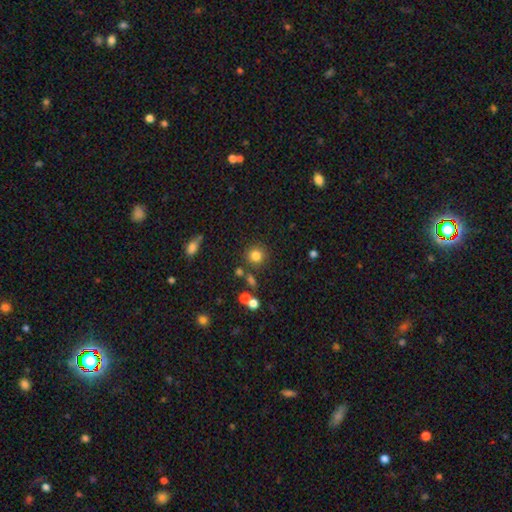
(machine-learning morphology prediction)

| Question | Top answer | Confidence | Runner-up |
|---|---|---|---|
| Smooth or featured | smooth | 81% | star or artifact (13%) |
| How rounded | round | 91% | in between (8%) |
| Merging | none | 82% | minor disturbance (8%) |